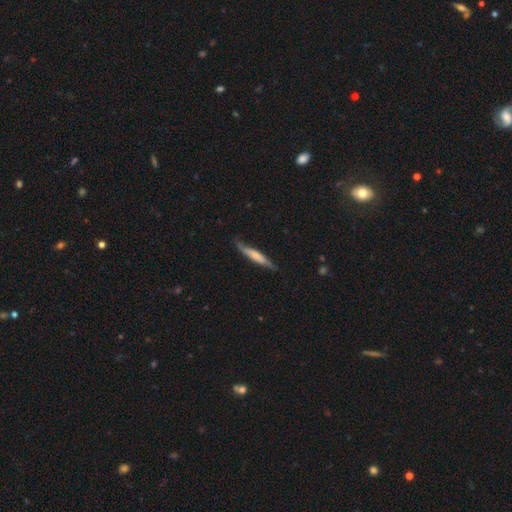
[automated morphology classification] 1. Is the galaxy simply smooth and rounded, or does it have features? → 52% smooth, 43% featured or disk, 5% star or artifact.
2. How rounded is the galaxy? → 91% cigar-shaped, 8% in between, 2% round.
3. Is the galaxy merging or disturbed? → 70% none, 24% minor disturbance, 5% major disturbance, 2% merger.